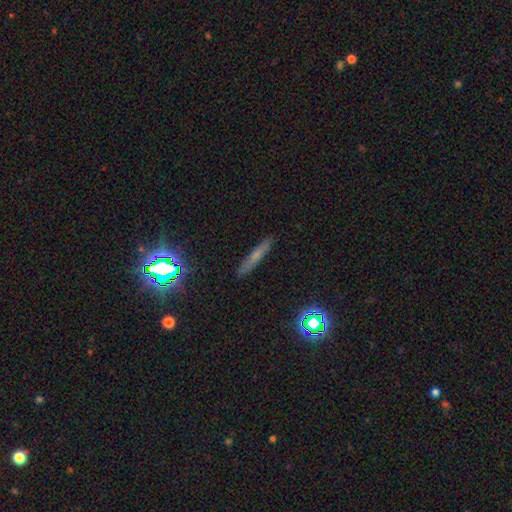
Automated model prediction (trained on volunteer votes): smooth-or-featured: smooth: 52% | featured or disk: 30% | star or artifact: 18%
  how-rounded: cigar-shaped: 90% | in between: 6% | round: 3%
  merging: none: 87% | minor disturbance: 9% | major disturbance: 2% | merger: 2%